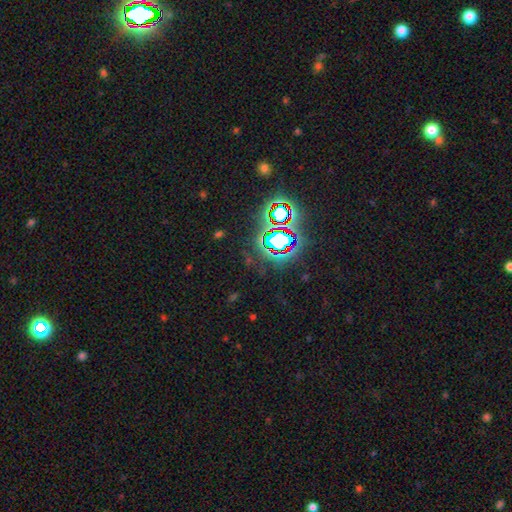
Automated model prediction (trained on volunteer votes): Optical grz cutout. It shows a star or artifact, not a galaxy (81%).